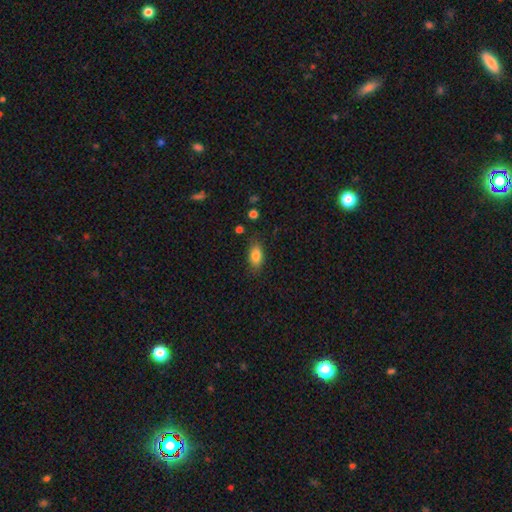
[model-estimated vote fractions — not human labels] Morphology: type=smooth (83%); roundness=in between (87%); merging=none (80%).